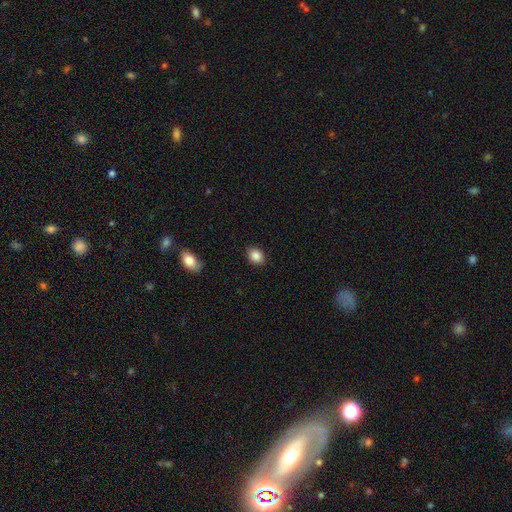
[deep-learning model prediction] Overall: smooth (87%). How rounded: in between (56%; round 43%). Merging: none (89%).